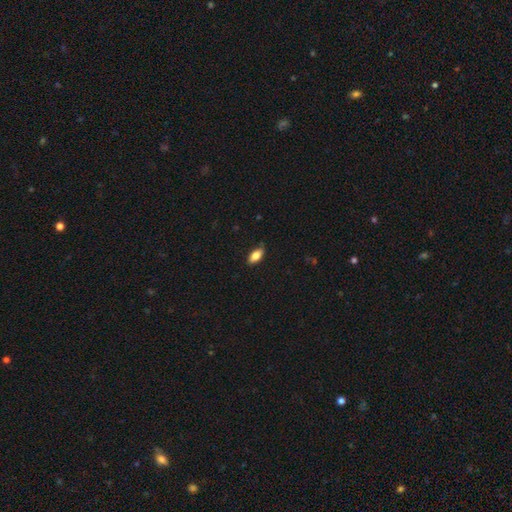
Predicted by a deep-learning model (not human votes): Smooth or featured?
  - smooth: 83% *
  - featured or disk: 10%
  - star or artifact: 7%
How rounded?
  - in between: 89% *
  - cigar-shaped: 8%
  - round: 3%
Merging?
  - none: 83% *
  - minor disturbance: 14%
  - major disturbance: 2%
  - merger: 1%